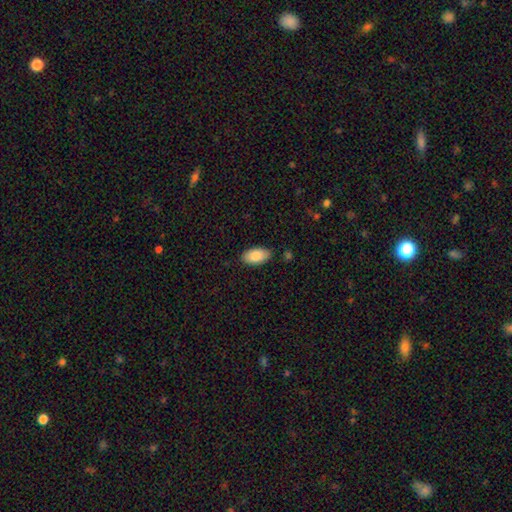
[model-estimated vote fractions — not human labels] The model was most divided on "merging": none: 84%, minor disturbance: 11%, major disturbance: 2%, merger: 2%. More confident: how rounded — in between (95%); smooth or featured — smooth (87%).